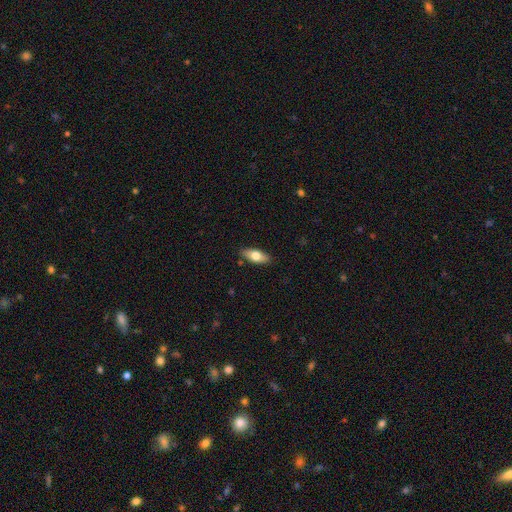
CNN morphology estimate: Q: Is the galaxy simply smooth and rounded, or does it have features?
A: smooth — 70%.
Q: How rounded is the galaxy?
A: in between — 79%.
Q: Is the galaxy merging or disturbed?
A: none — 86%.